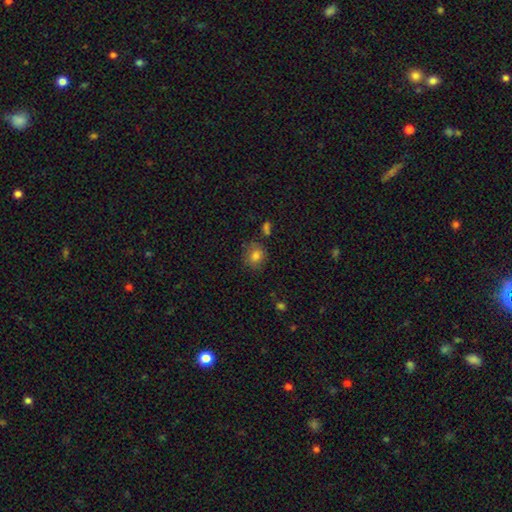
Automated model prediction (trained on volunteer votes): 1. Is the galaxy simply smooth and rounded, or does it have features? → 81% smooth, 11% star or artifact, 9% featured or disk.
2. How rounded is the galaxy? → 69% round, 30% in between, 1% cigar-shaped.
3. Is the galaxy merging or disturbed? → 74% none, 17% minor disturbance, 5% major disturbance, 4% merger.